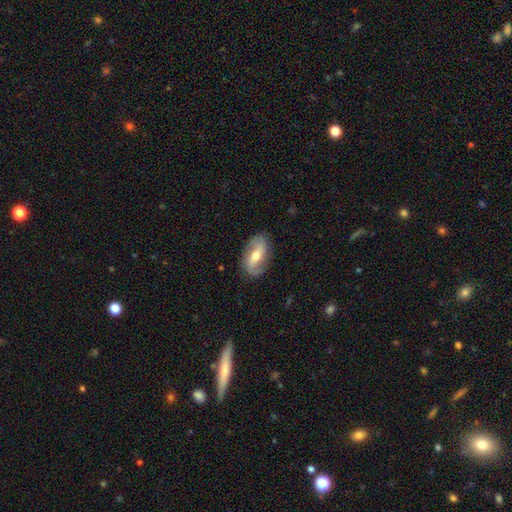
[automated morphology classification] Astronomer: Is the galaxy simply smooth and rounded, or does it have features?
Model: featured or disk — 74%.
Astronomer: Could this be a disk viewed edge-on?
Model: no — 94%.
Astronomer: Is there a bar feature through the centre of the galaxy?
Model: weak — 41% (runner-up: strong, 31%).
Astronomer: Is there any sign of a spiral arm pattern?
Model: yes — 89%.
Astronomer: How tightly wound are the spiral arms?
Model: loose — 55% (runner-up: medium, 31%).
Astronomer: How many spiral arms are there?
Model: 2 — 89%.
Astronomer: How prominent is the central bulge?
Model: moderate — 67%.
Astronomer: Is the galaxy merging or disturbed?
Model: none — 82%.